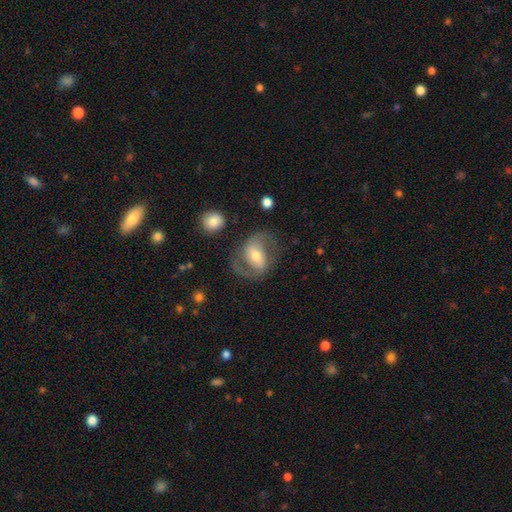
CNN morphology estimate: Smooth or featured? featured or disk (73%)
Edge-on disk? no (96%)
Bar? weak (41%)
Spiral arms? yes (88%)
Spiral winding? medium (53%)
Spiral arm count? 2 (87%)
Bulge size? moderate (63%)
Merging? none (66%)